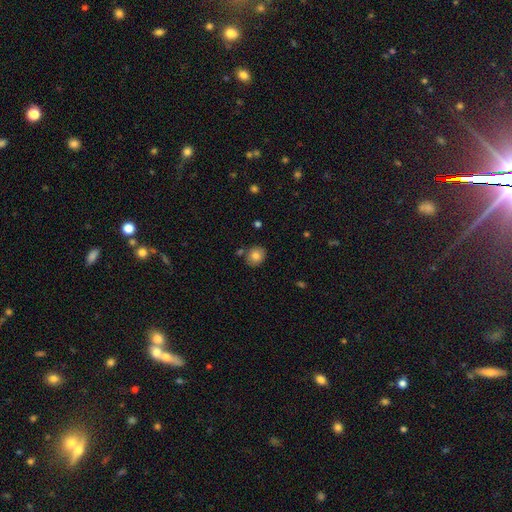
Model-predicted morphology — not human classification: This is clearly a smooth galaxy (81%). How rounded: likely round (76%). Merging: clearly none (81%).